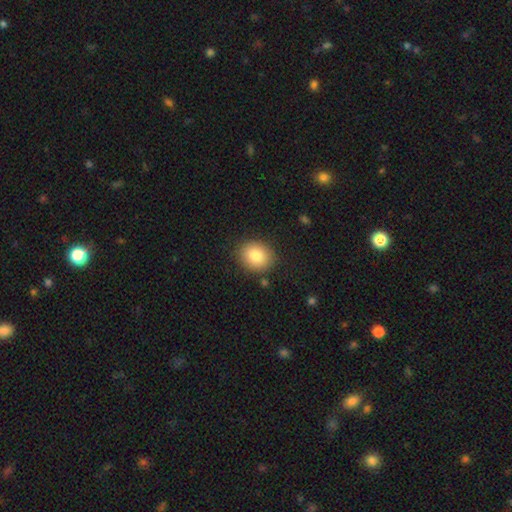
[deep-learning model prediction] This is clearly a smooth galaxy (84%). How rounded: possibly round (60%). Merging: clearly none (86%).